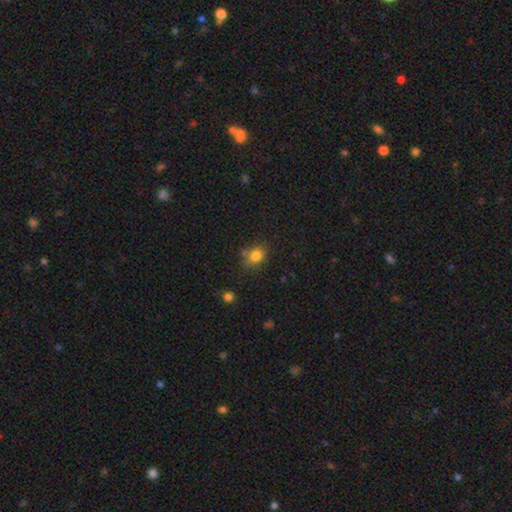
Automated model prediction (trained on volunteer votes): Overall: smooth (81%). How rounded: round (50%; in between 49%). Merging: none (68%).